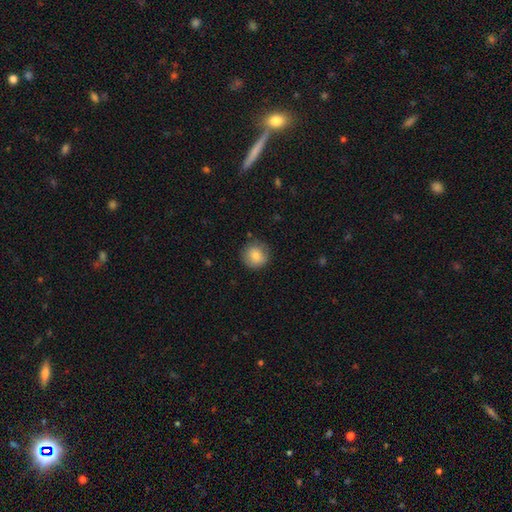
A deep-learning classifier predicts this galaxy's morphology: A smooth galaxy with no disk features (82%) that is round (92%). Merging: none (84%).